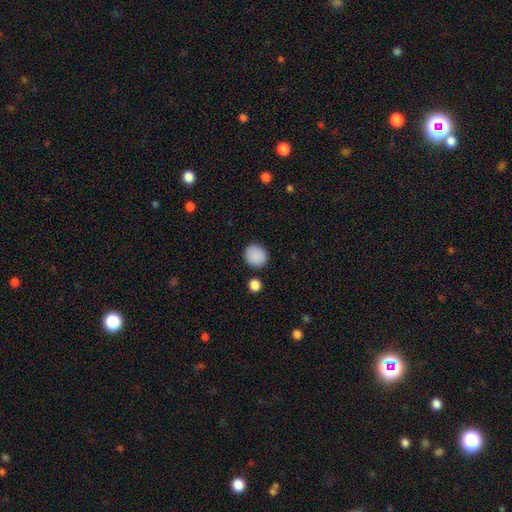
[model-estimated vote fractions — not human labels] Smooth or featured? smooth (89%)
How rounded? round (83%)
Merging? none (86%)